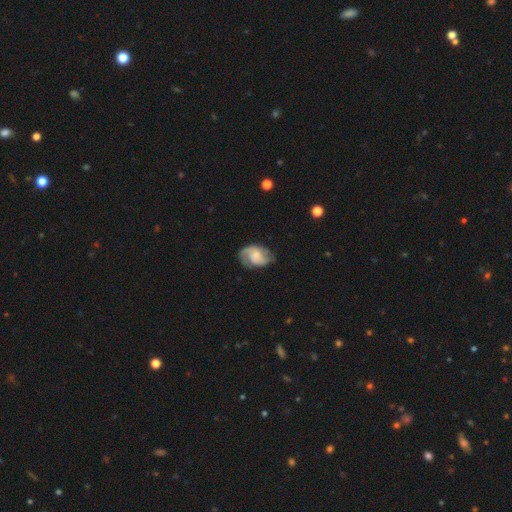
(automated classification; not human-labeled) This appears to be a featured or disk galaxy (75%) with no bar (60%), 2 (75%) medium (48%) spiral arms (93%) and a small central bulge (52%). Merging: none (66%).